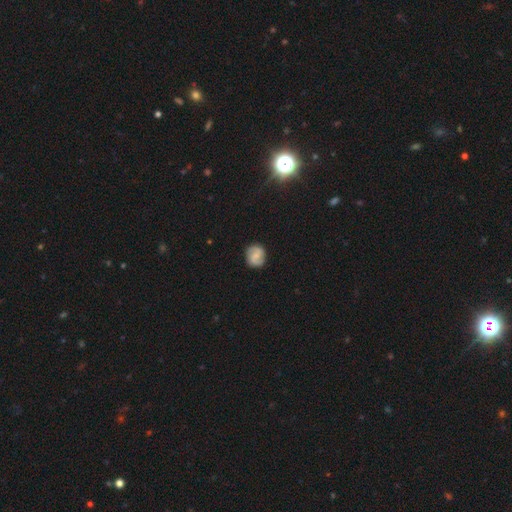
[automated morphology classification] featured or disk 60%, smooth 32%, star or artifact 8%. Down the decision tree: edge-on disk — no (98%); bar — weak (49%); spiral arms — yes (92%); spiral arm count — 2 (89%); spiral winding — medium (47%); bulge size — small (42%); merging — none (85%).